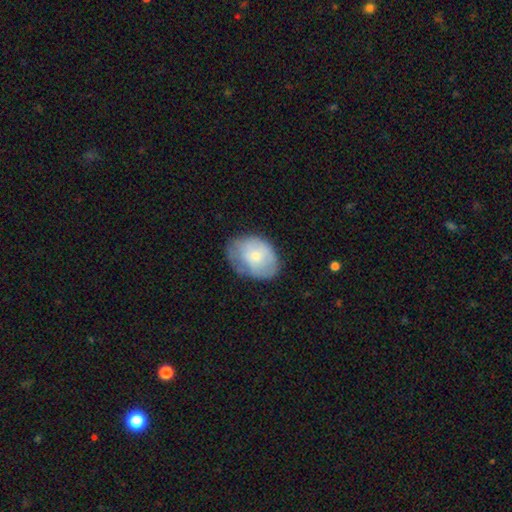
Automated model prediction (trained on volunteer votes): Morphology: type=smooth (64%); roundness=in between (73%); merging=none (55%).